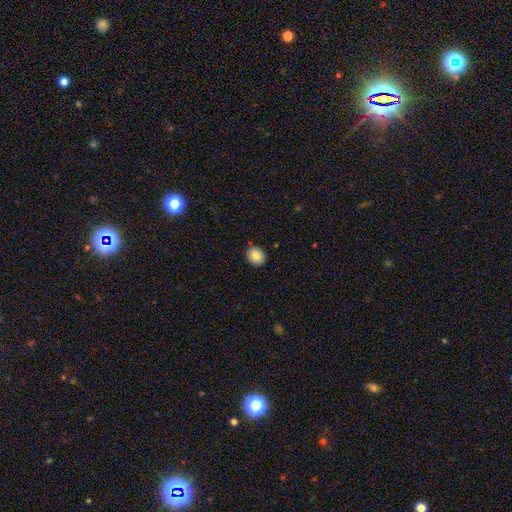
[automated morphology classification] Q: Smooth or featured?
A: smooth (83%); runner-up: star or artifact (9%)
Q: How rounded?
A: round (66%); runner-up: in between (34%)
Q: Merging?
A: none (86%); runner-up: minor disturbance (11%)